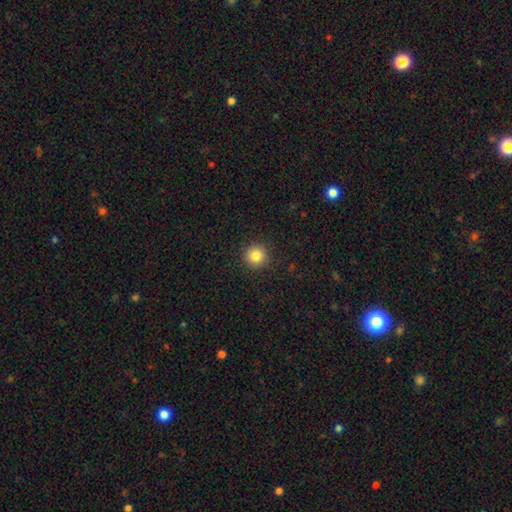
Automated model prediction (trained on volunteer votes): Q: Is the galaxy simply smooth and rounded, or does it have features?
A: smooth — 84%.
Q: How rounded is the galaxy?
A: round — 95%.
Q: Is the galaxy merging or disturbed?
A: none — 92%.